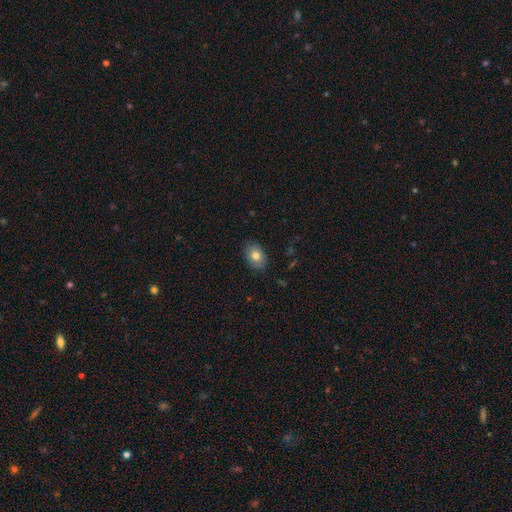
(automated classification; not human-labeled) smooth-or-featured: smooth: 78% | featured or disk: 13% | star or artifact: 8%
  how-rounded: in between: 77% | round: 22% | cigar-shaped: 1%
  merging: none: 85% | minor disturbance: 12% | major disturbance: 2% | merger: 1%